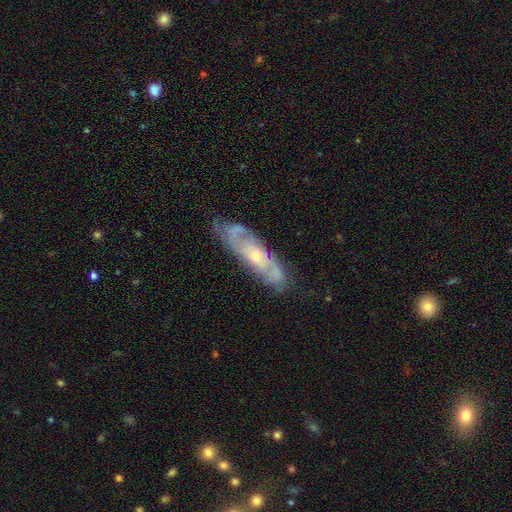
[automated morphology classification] Smooth or featured?
  - featured or disk: 77% *
  - smooth: 18%
  - star or artifact: 6%
Edge-on disk?
  - no: 78% *
  - yes: 22%
Bar?
  - no: 69% *
  - weak: 25%
  - strong: 5%
Spiral arms?
  - yes: 87% *
  - no: 13%
Spiral winding?
  - tight: 52% *
  - medium: 37%
  - loose: 11%
Spiral arm count?
  - 2: 47% *
  - can't tell: 38%
  - 3: 7%
  - 1: 3%
  - 4: 3%
  - more than 4: 2%
Bulge size?
  - small: 57% *
  - moderate: 39%
  - none: 2%
  - large: 2%
  - dominant: 1%
Merging?
  - none: 69% *
  - minor disturbance: 22%
  - major disturbance: 7%
  - merger: 2%